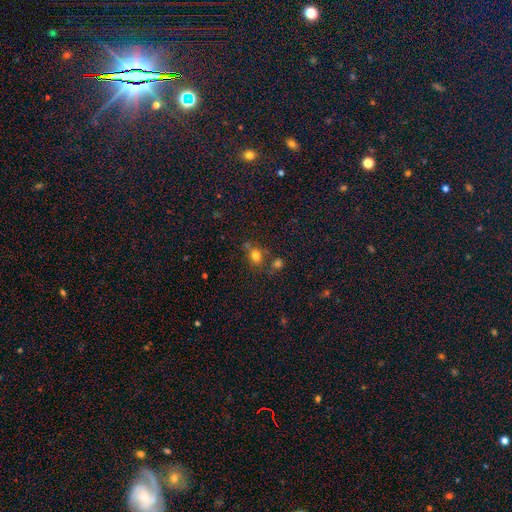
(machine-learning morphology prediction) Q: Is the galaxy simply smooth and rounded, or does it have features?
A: smooth — 76%.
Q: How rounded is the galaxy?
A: round — 63%.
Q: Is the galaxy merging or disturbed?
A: none — 62%.